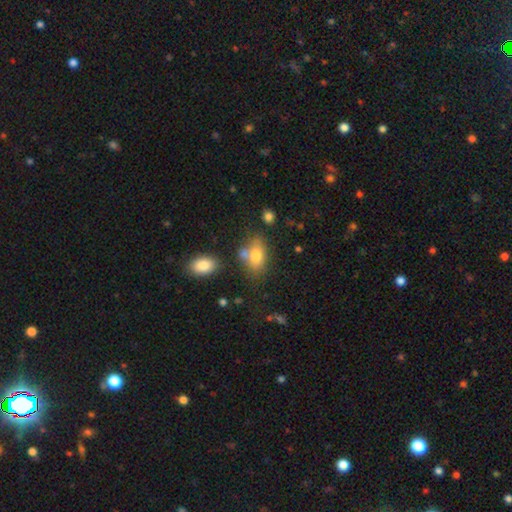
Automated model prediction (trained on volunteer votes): Smooth or featured?
  - smooth: 75% *
  - featured or disk: 15%
  - star or artifact: 10%
How rounded?
  - in between: 86% *
  - round: 10%
  - cigar-shaped: 4%
Merging?
  - none: 56% *
  - minor disturbance: 19%
  - merger: 18%
  - major disturbance: 7%